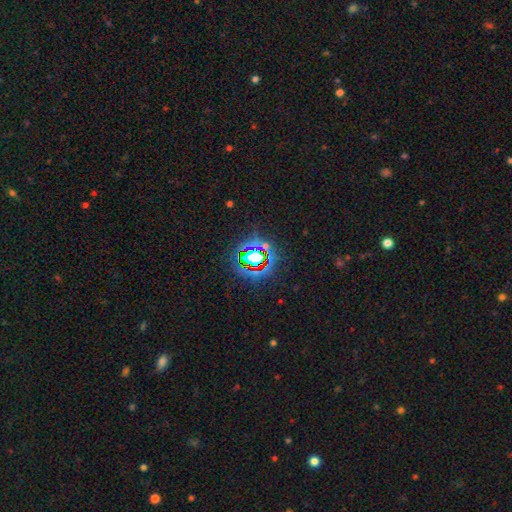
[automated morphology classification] Q: Smooth or featured?
A: star or artifact (73%); runner-up: smooth (16%)